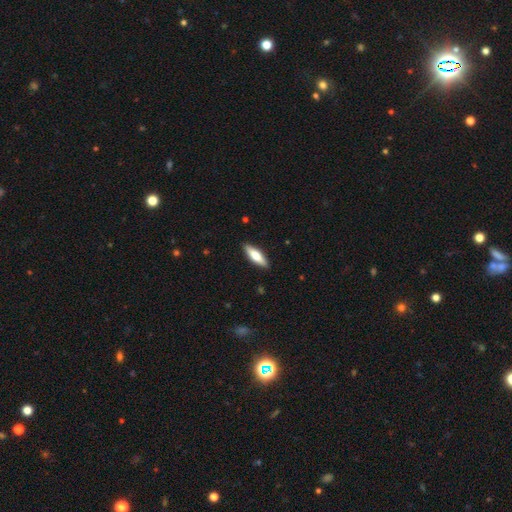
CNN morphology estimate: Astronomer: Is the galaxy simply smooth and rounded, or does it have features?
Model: smooth — 65%.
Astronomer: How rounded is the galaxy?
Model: cigar-shaped — 54% (runner-up: in between, 44%).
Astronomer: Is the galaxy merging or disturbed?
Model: none — 89%.